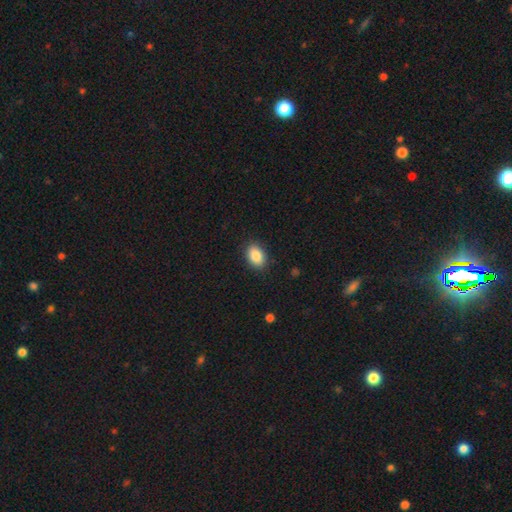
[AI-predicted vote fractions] smooth-or-featured: smooth: 87% | star or artifact: 8% | featured or disk: 5%
  how-rounded: in between: 84% | round: 15% | cigar-shaped: 1%
  merging: none: 87% | minor disturbance: 9% | major disturbance: 2% | merger: 1%